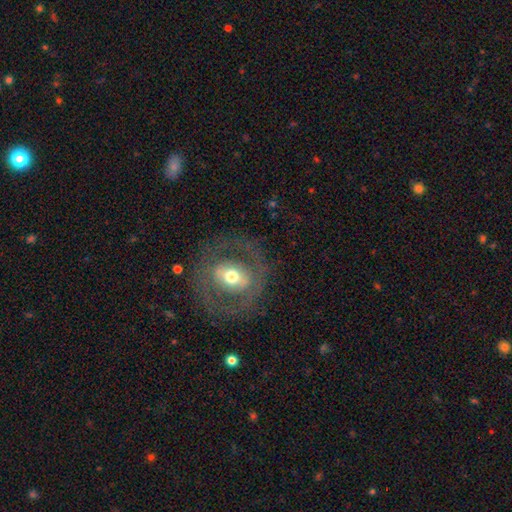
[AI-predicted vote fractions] Smooth or featured? Predicted: featured or disk (p=0.67). Edge-on disk? Predicted: no (p=0.91). Bar? Predicted: strong (p=0.37). Spiral arms? Predicted: no (p=0.57). Bulge size? Predicted: moderate (p=0.65). Merging? Predicted: none (p=0.80).